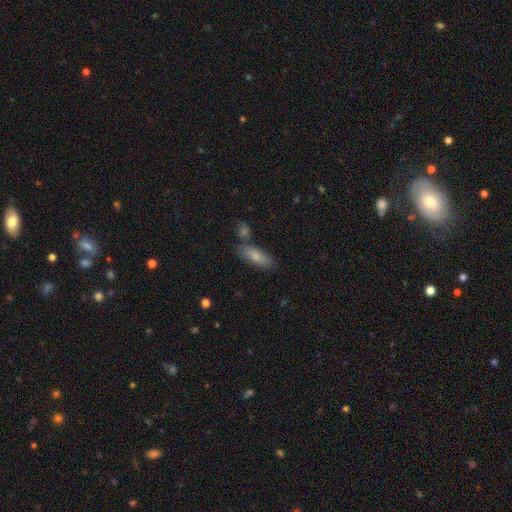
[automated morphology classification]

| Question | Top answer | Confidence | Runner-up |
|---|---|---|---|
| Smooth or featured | smooth | 81% | featured or disk (12%) |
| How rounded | in between | 63% | cigar-shaped (34%) |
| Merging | none | 68% | merger (14%) |